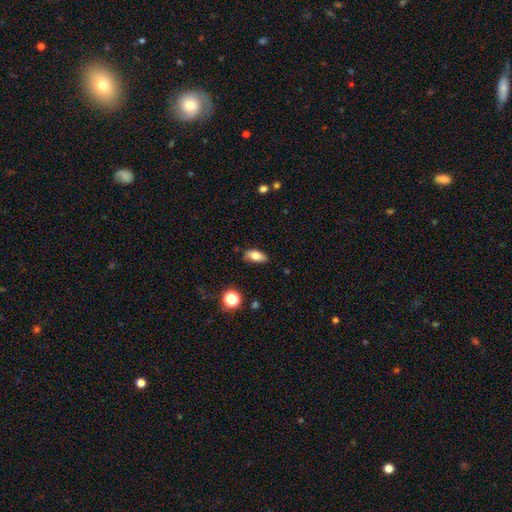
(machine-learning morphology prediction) A smooth galaxy with no disk features (77%) that is in between round and cigar-shaped (86%). Merging: none (79%).